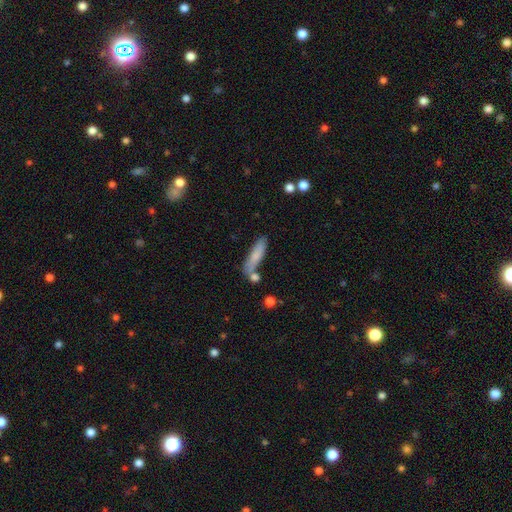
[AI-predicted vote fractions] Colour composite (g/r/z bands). It shows a smooth galaxy with no disk features (75%) that is cigar-shaped (73%). Merging: none (67%).